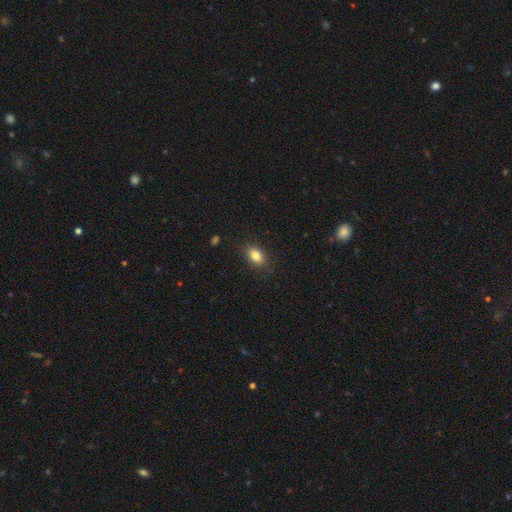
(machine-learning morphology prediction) Overall: smooth (83%). How rounded: in between (83%). Merging: none (85%).